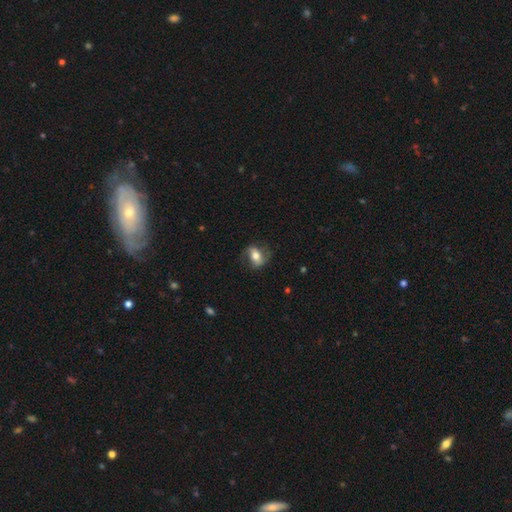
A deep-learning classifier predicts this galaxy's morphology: This is possibly a smooth galaxy (48%). Merging: likely none (68%).